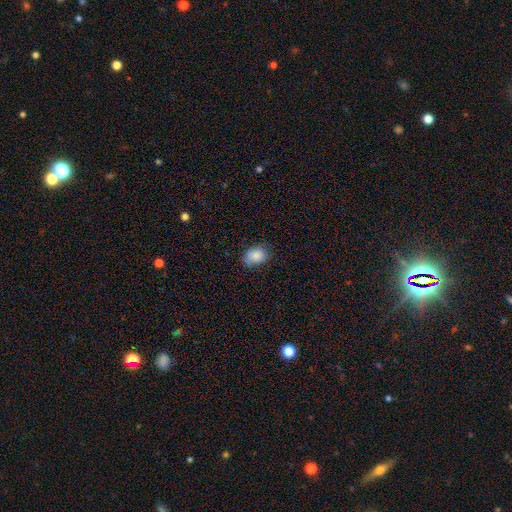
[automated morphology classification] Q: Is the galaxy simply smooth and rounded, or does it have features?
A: smooth — 84%.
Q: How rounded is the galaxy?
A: in between — 70%.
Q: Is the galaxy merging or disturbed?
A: none — 67%.